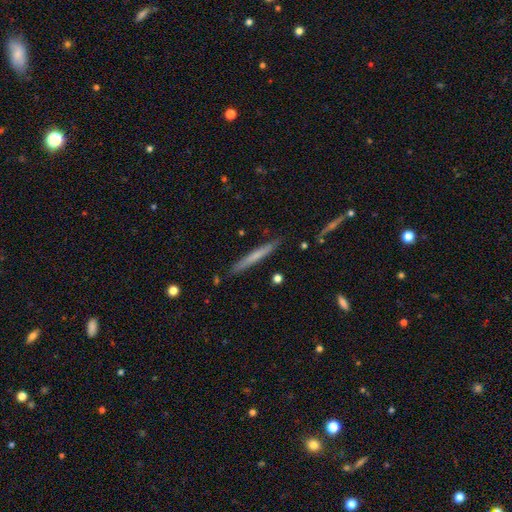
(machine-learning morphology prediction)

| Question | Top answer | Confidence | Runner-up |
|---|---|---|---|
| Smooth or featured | smooth | 57% | featured or disk (37%) |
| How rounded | cigar-shaped | 96% | in between (2%) |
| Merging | none | 87% | minor disturbance (9%) |